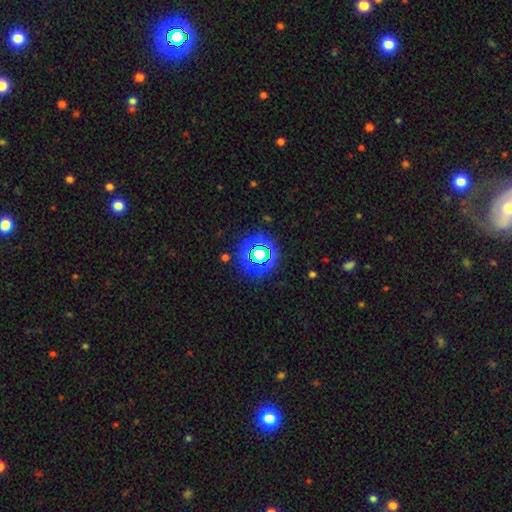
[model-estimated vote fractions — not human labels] Q: Smooth or featured?
A: star or artifact (76%); runner-up: smooth (17%)